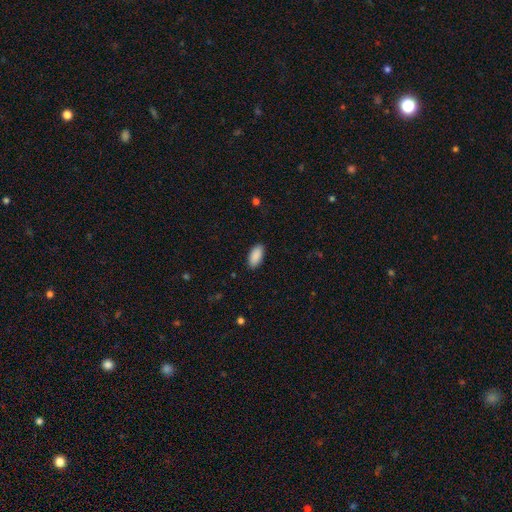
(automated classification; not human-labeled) smooth 91%, star or artifact 6%, featured or disk 3%. Down the decision tree: how rounded — in between (93%); merging — none (89%).